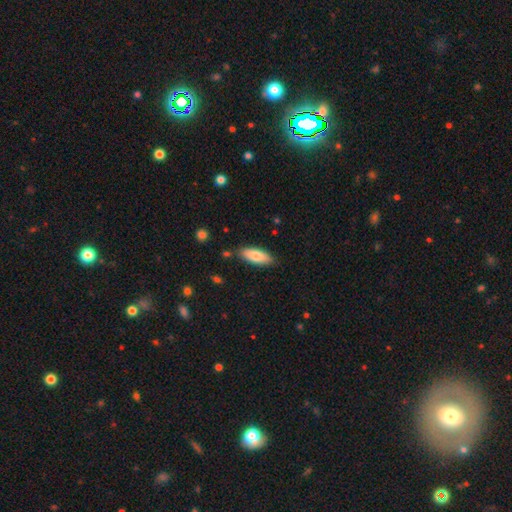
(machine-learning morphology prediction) A smooth galaxy with no disk features (79%) that is in between round and cigar-shaped (74%).

Vote fractions:
- Smooth or featured? smooth: 79% / featured or disk: 15% / star or artifact: 6%
- How rounded? in between: 74% / cigar-shaped: 24% / round: 2%
- Merging? none: 84% / minor disturbance: 12% / merger: 2% / major disturbance: 2%